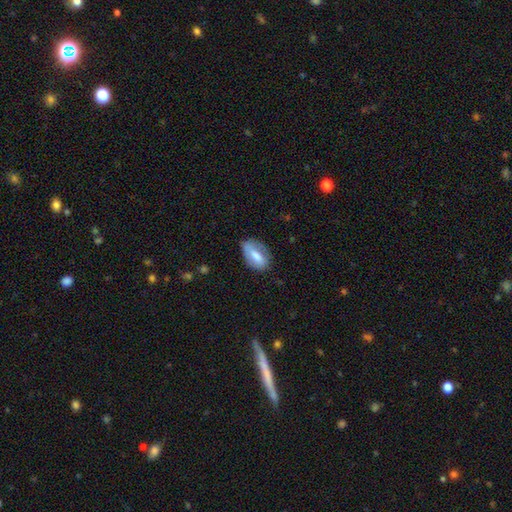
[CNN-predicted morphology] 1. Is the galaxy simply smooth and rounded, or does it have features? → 67% smooth, 26% featured or disk, 7% star or artifact.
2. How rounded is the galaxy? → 88% in between, 6% round, 6% cigar-shaped.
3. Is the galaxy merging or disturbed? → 58% none, 30% minor disturbance, 11% major disturbance, 2% merger.